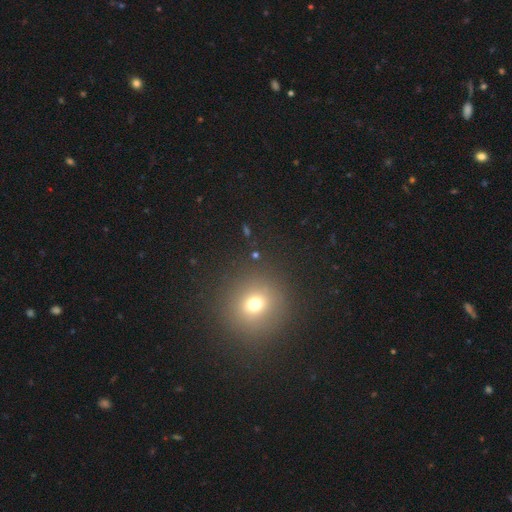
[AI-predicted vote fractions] This is possibly a smooth galaxy (58%). How rounded: clearly round (89%). Merging: clearly none (88%).